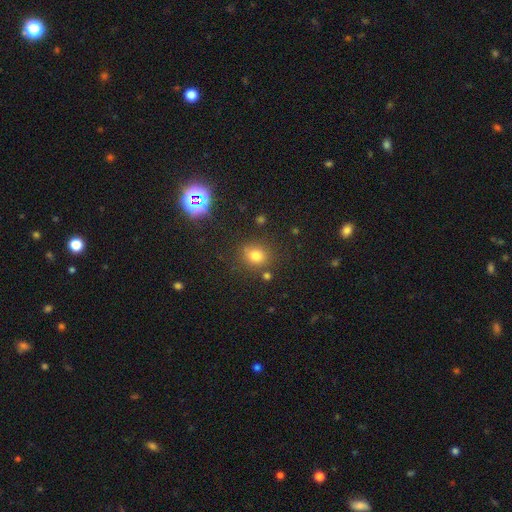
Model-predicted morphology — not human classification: This appears to be a smooth galaxy with no disk features (75%) that is round (72%). Merging: none (77%).